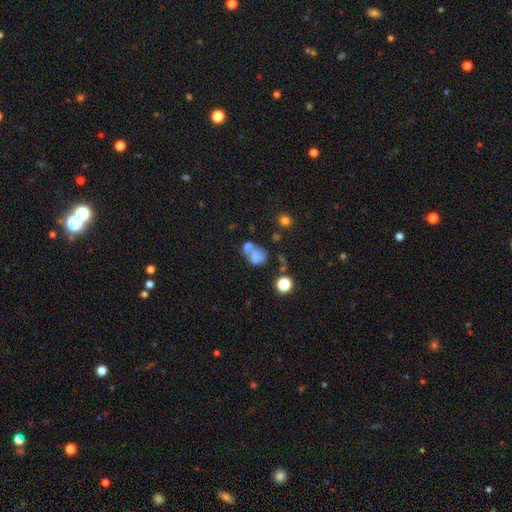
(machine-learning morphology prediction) Smooth or featured?
  - smooth: 60% *
  - featured or disk: 25%
  - star or artifact: 15%
How rounded?
  - in between: 56% *
  - round: 42%
  - cigar-shaped: 1%
Merging?
  - merger: 50% *
  - none: 25%
  - minor disturbance: 13%
  - major disturbance: 12%